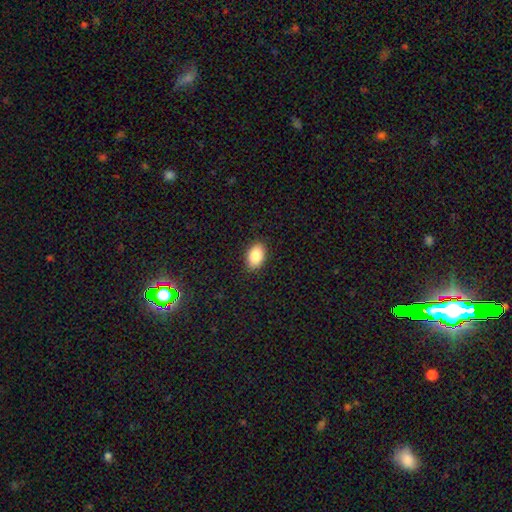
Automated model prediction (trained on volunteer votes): Smooth or featured: smooth — 85% (star or artifact — 8%)
How rounded: in between — 87% (round — 12%)
Merging: none — 89% (minor disturbance — 8%)